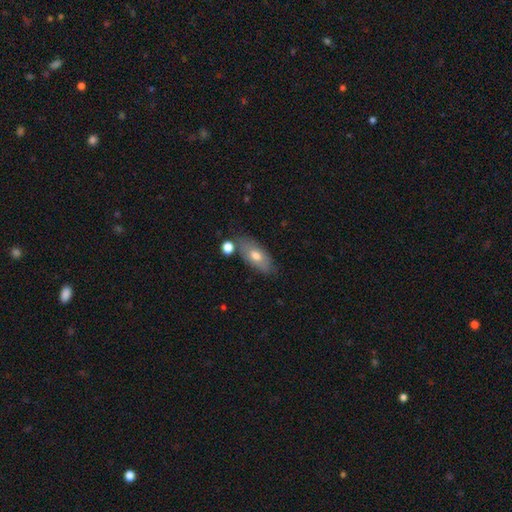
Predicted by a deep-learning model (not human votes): smooth-or-featured: smooth: 65% | featured or disk: 27% | star or artifact: 8%
  how-rounded: in between: 86% | cigar-shaped: 9% | round: 5%
  merging: none: 71% | minor disturbance: 16% | merger: 8% | major disturbance: 4%